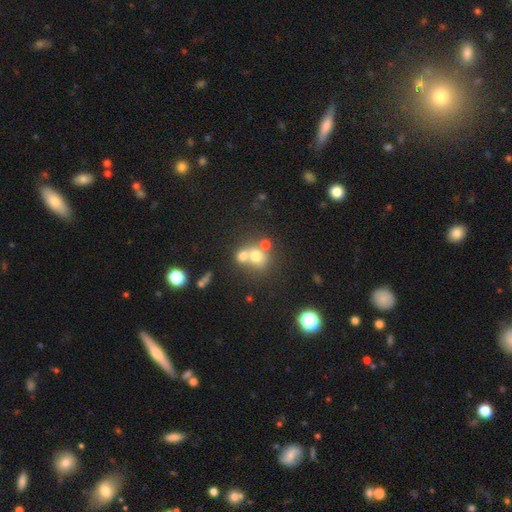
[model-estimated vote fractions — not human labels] smooth-or-featured: smooth: 66% | featured or disk: 18% | star or artifact: 15%
  how-rounded: round: 77% | in between: 22% | cigar-shaped: 1%
  merging: merger: 53% | none: 36% | minor disturbance: 7% | major disturbance: 4%